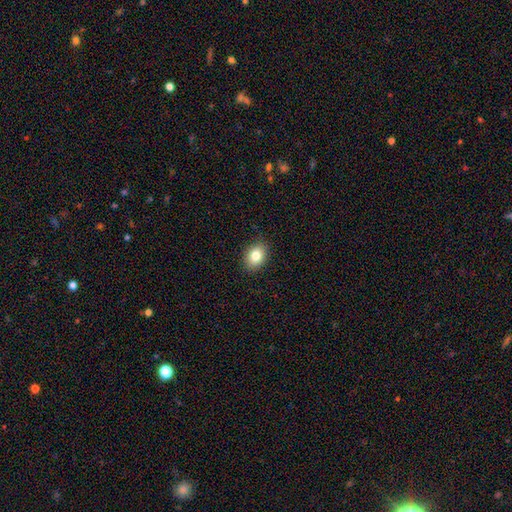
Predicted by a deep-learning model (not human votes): smooth-or-featured: smooth: 82% | star or artifact: 9% | featured or disk: 9%
  how-rounded: in between: 67% | round: 33% | cigar-shaped: 1%
  merging: none: 88% | minor disturbance: 9% | major disturbance: 2% | merger: 1%